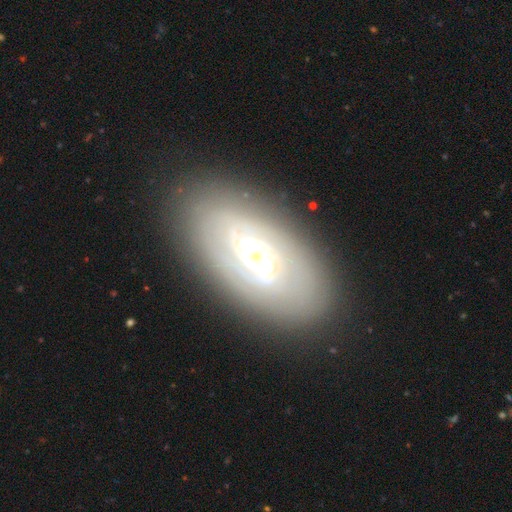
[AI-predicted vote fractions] This appears to be a featured or disk galaxy (68%) with a weak bar (38%), spiral arms (64%) and a moderate central bulge (38%). Merging: none (78%).